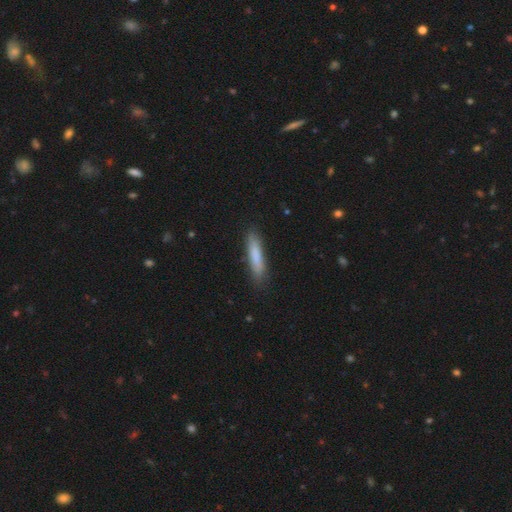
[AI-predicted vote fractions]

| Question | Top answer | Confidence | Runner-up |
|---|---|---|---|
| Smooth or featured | smooth | 79% | featured or disk (14%) |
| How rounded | cigar-shaped | 85% | in between (13%) |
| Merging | none | 84% | minor disturbance (13%) |